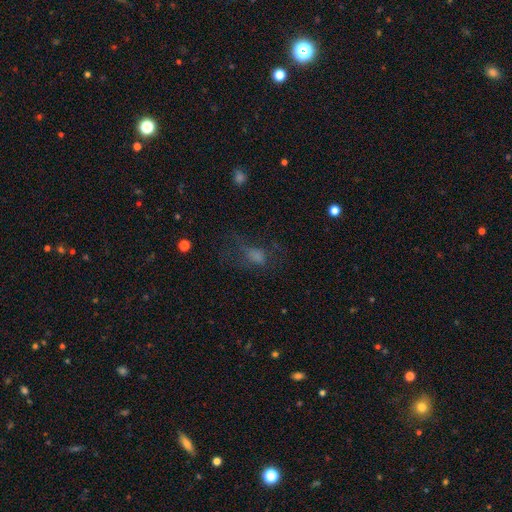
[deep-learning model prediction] This is possibly a smooth galaxy (57%). How rounded: likely in between (69%). Merging: marginally major disturbance (41%).